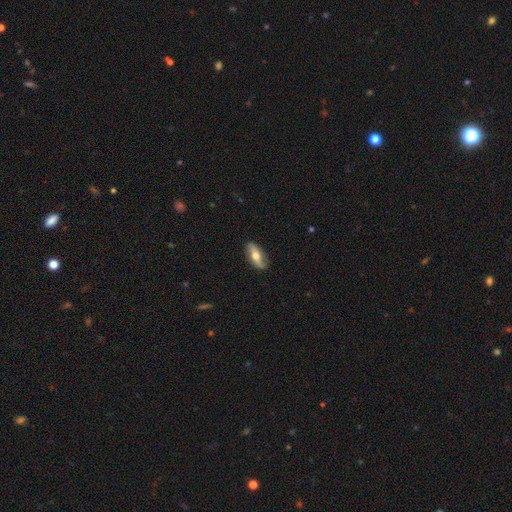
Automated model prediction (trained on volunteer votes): Smooth or featured?
  - featured or disk: 61% *
  - smooth: 34%
  - star or artifact: 6%
Edge-on disk?
  - no: 68% *
  - yes: 32%
Merging?
  - none: 84% *
  - minor disturbance: 12%
  - major disturbance: 3%
  - merger: 1%